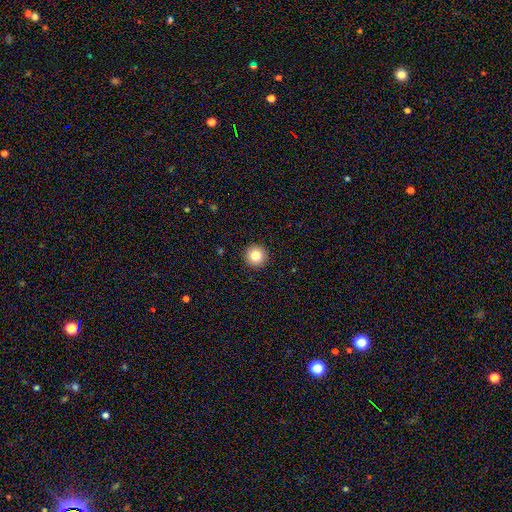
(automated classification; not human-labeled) A smooth galaxy with no disk features (83%) that is round (96%).

Vote fractions:
- Smooth or featured? smooth: 83% / star or artifact: 11% / featured or disk: 7%
- How rounded? round: 96% / in between: 3% / cigar-shaped: 1%
- Merging? none: 93% / minor disturbance: 5% / major disturbance: 2% / merger: 1%